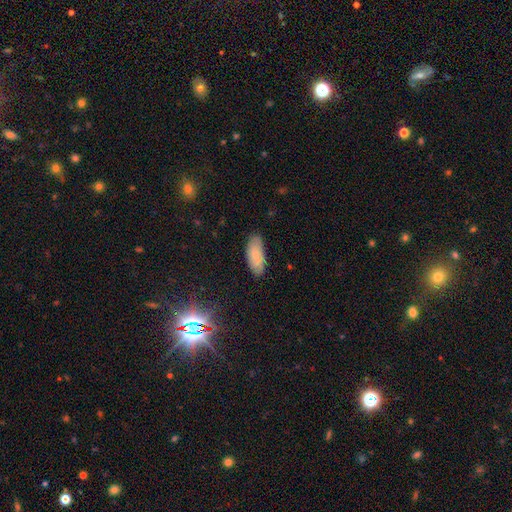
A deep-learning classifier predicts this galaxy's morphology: Q: Smooth or featured?
A: smooth (73%); runner-up: featured or disk (20%)
Q: How rounded?
A: in between (86%); runner-up: cigar-shaped (12%)
Q: Merging?
A: none (80%); runner-up: minor disturbance (16%)